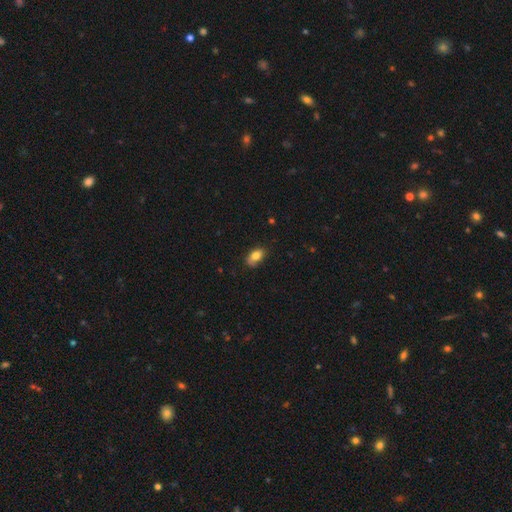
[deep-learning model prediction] A smooth galaxy with no disk features (81%) that is in between round and cigar-shaped (86%). Merging: none (63%).